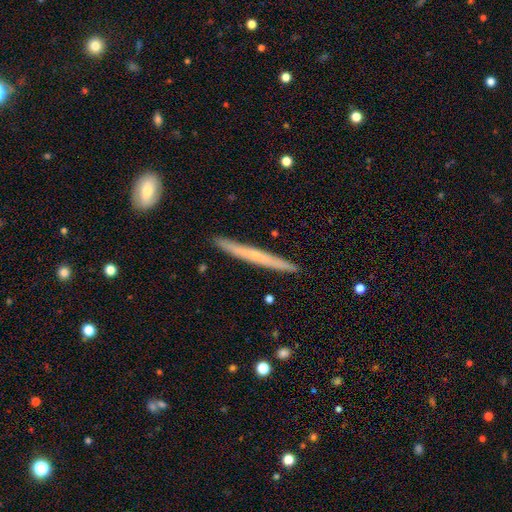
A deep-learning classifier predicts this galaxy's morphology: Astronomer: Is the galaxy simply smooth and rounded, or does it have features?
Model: featured or disk — 53% (runner-up: smooth, 41%).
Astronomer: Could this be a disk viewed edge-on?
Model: yes — 97%.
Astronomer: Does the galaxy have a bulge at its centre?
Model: none — 71%.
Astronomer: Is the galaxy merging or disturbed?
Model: none — 92%.